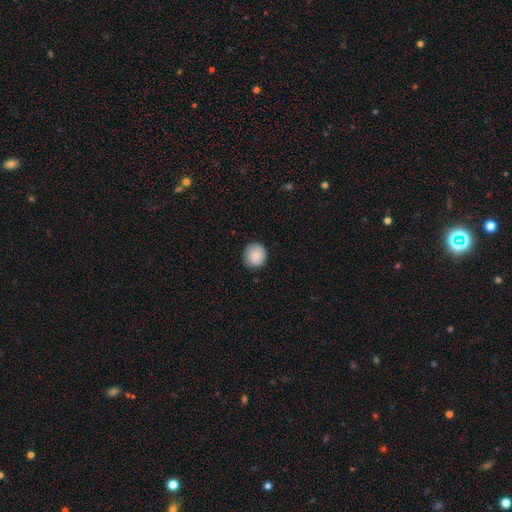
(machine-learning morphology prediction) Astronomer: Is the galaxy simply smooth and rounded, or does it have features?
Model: smooth — 85%.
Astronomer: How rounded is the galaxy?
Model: round — 91%.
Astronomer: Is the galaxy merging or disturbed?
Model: none — 86%.